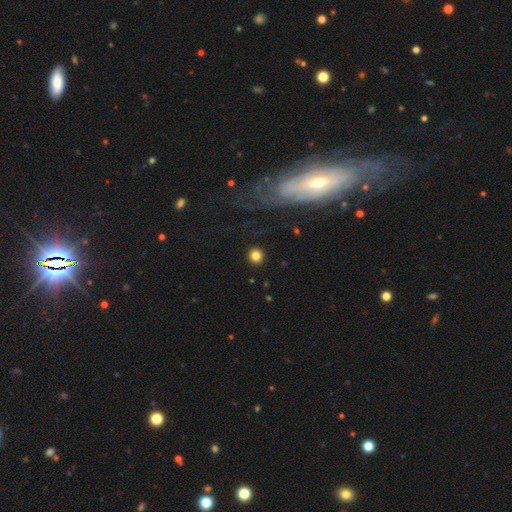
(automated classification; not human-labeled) smooth-or-featured: smooth: 82% | star or artifact: 11% | featured or disk: 7%
  how-rounded: round: 94% | in between: 5% | cigar-shaped: 1%
  merging: none: 91% | minor disturbance: 5% | major disturbance: 2% | merger: 1%